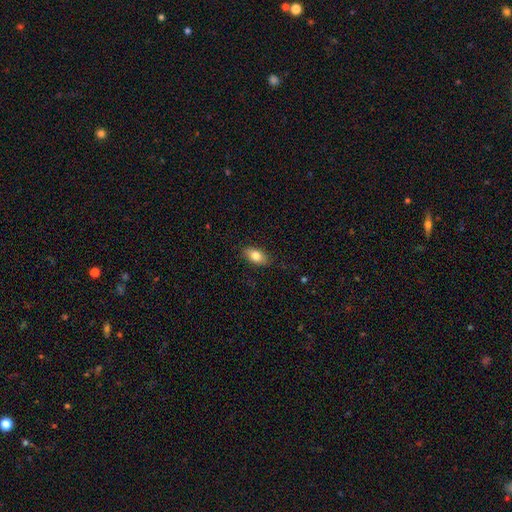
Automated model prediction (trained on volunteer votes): The model was most divided on "smooth or featured": smooth: 80%, featured or disk: 13%, star or artifact: 7%. More confident: how rounded — in between (90%); merging — none (85%).